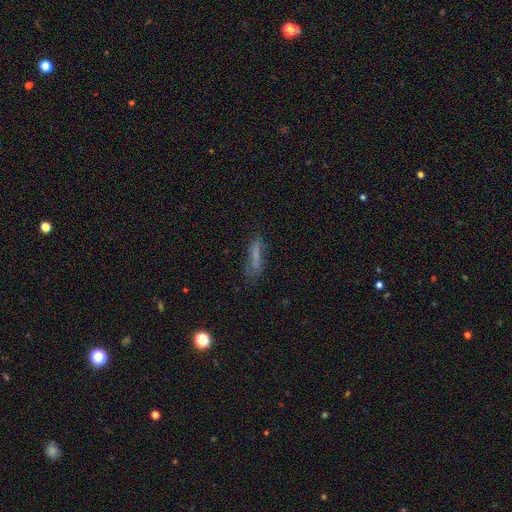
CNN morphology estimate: A smooth galaxy with no disk features (69%) that is cigar-shaped (73%). Merging: none (62%).